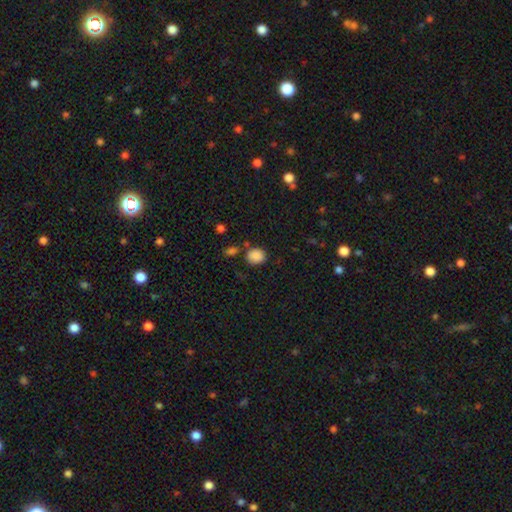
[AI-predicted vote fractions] Smooth or featured? Predicted: smooth (p=0.86). How rounded? Predicted: round (p=0.62). Merging? Predicted: none (p=0.72).